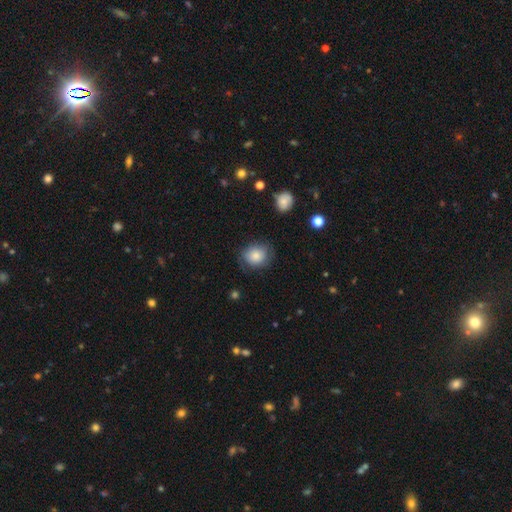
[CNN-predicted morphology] Smooth or featured?
  - smooth: 80% *
  - featured or disk: 12%
  - star or artifact: 8%
How rounded?
  - round: 69% *
  - in between: 30%
  - cigar-shaped: 1%
Merging?
  - none: 72% *
  - minor disturbance: 20%
  - major disturbance: 6%
  - merger: 1%